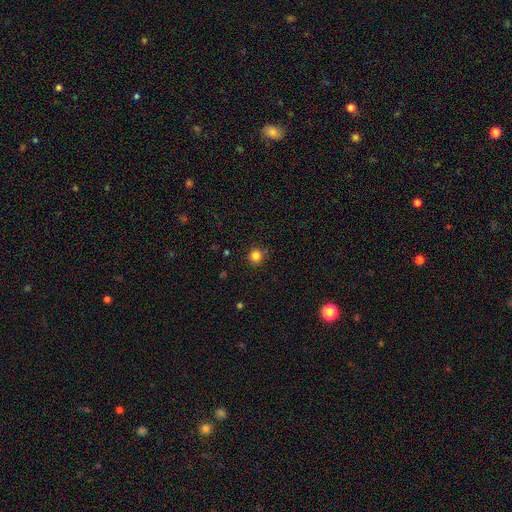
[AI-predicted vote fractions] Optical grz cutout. It shows a smooth galaxy with no disk features (84%) that is round (93%). Merging: none (86%).